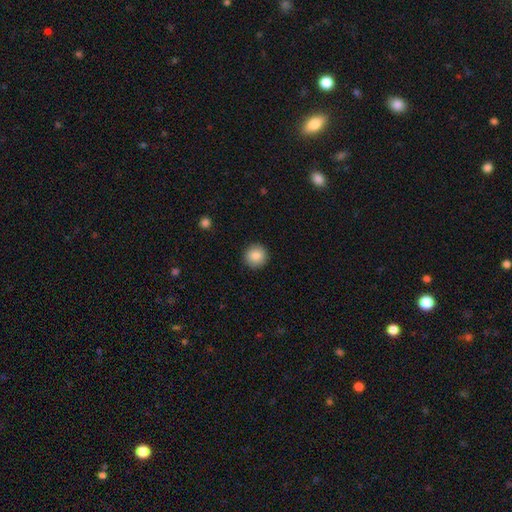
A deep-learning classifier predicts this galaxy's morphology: Q: Smooth or featured?
A: smooth (86%); runner-up: star or artifact (8%)
Q: How rounded?
A: round (95%); runner-up: in between (4%)
Q: Merging?
A: none (92%); runner-up: minor disturbance (5%)